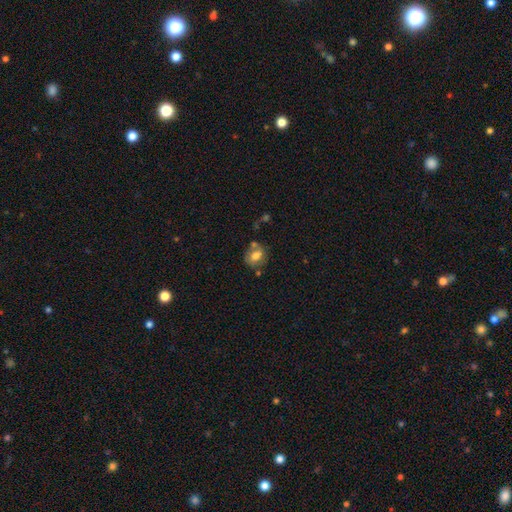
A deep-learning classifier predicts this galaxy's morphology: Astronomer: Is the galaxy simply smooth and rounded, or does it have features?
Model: smooth — 68%.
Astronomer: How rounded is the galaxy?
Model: round — 53% (runner-up: in between, 46%).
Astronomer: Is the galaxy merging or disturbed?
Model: none — 55%.